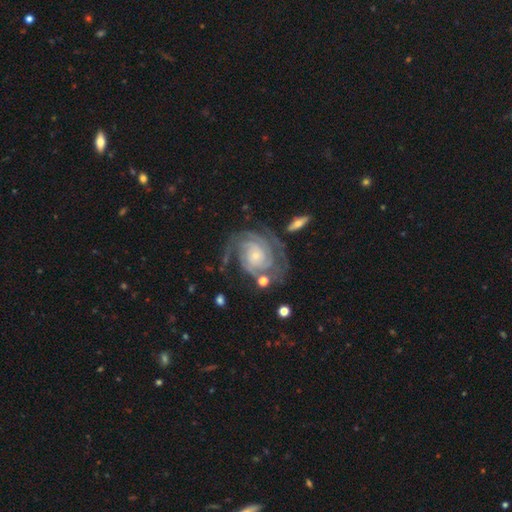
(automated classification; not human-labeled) smooth_or_featured: featured or disk (p=0.90) [alt: smooth p=0.05]
disk_edge_on: no (p=0.98) [alt: yes p=0.02]
bar: no (p=0.75) [alt: weak p=0.19]
has_spiral_arms: yes (p=0.98) [alt: no p=0.02]
spiral_winding: tight (p=0.71) [alt: medium p=0.24]
spiral_arm_count: 2 (p=0.34) [alt: 3 p=0.26]
bulge_size: small (p=0.78) [alt: moderate p=0.16]
merging: none (p=0.64) [alt: minor disturbance p=0.18]